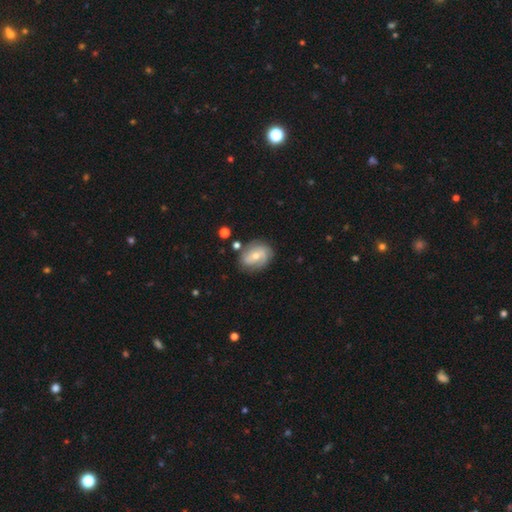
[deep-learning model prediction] smooth-or-featured: featured or disk: 70% | smooth: 23% | star or artifact: 7%
  disk-edge-on: no: 97% | yes: 3%
    bar: no: 52% | weak: 38% | strong: 10%
    has-spiral-arms: yes: 89% | no: 11%
      spiral-winding: tight: 41% | medium: 40% | loose: 19%
      spiral-arm-count: 2: 46% | can't tell: 23% | 3: 19% | 1: 6% | 4: 4% | more than 4: 3%
    bulge-size: moderate: 51% | small: 45% | large: 2% | none: 1% | dominant: 1%
  merging: none: 73% | minor disturbance: 18% | major disturbance: 6% | merger: 4%